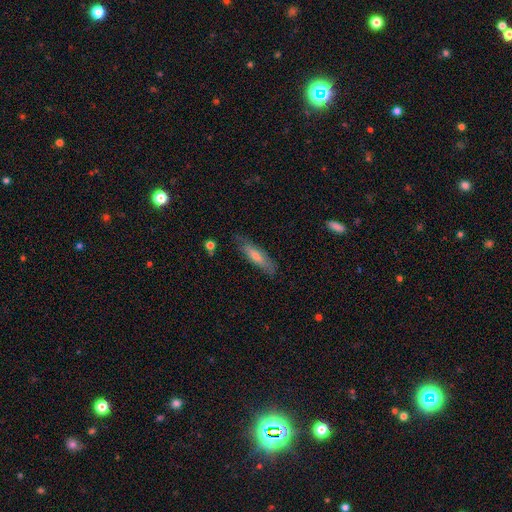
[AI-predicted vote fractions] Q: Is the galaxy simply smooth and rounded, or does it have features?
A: smooth — 54%.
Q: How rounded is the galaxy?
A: cigar-shaped — 74%.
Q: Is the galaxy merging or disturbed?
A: none — 79%.